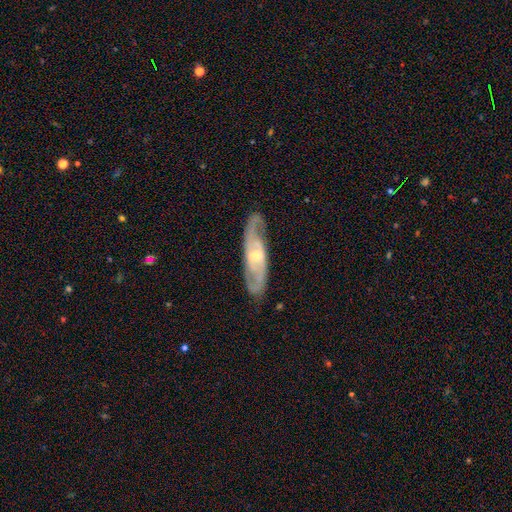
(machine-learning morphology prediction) A featured or disk galaxy (84%) with a weak bar (46%), 2 (77%) medium (49%) spiral arms (94%) and a moderate central bulge (49%). Merging: none (81%).